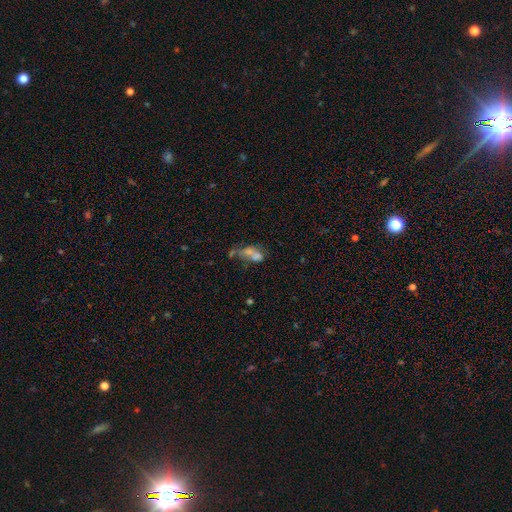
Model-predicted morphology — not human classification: smooth-or-featured: smooth: 49% | featured or disk: 33% | star or artifact: 17%
  merging: merger: 49% | none: 21% | major disturbance: 19% | minor disturbance: 12%